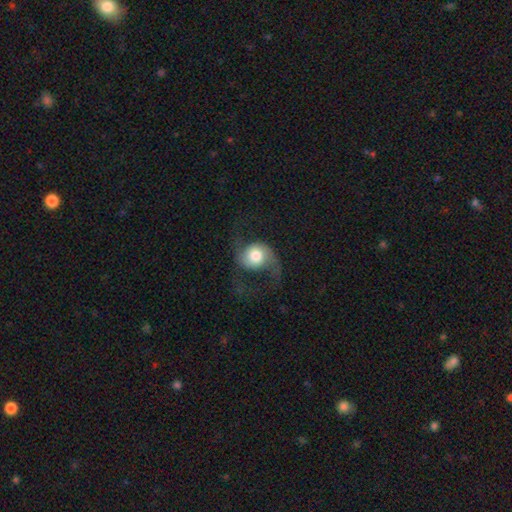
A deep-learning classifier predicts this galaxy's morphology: smooth-or-featured: featured or disk: 59% | smooth: 34% | star or artifact: 7%
  disk-edge-on: no: 96% | yes: 4%
    bar: no: 74% | weak: 21% | strong: 5%
    has-spiral-arms: yes: 89% | no: 11%
      spiral-winding: loose: 74% | medium: 22% | tight: 4%
      spiral-arm-count: 2: 79% | 1: 15% | can't tell: 3% | 3: 1% | 4: 1% | more than 4: 1%
    bulge-size: moderate: 41% | large: 35% | dominant: 16% | small: 6% | none: 2%
  merging: none: 47% | major disturbance: 33% | minor disturbance: 18% | merger: 2%